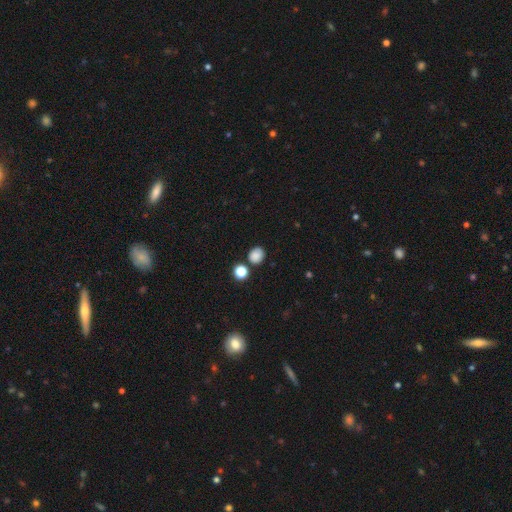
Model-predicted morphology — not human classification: Smooth or featured? smooth (82%)
How rounded? round (72%)
Merging? none (77%)